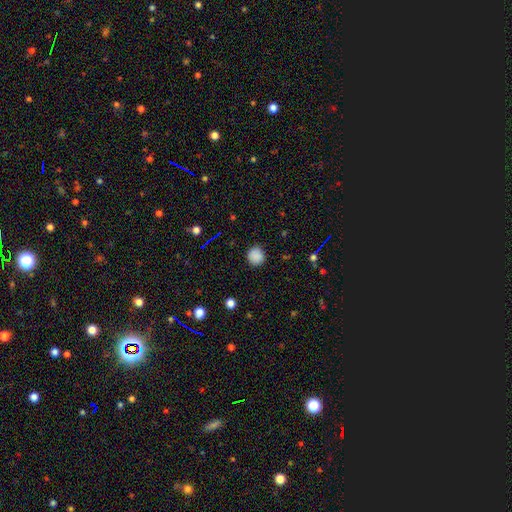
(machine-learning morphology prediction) Q: Smooth or featured?
A: smooth (87%); runner-up: star or artifact (10%)
Q: How rounded?
A: round (90%); runner-up: in between (9%)
Q: Merging?
A: none (88%); runner-up: minor disturbance (8%)